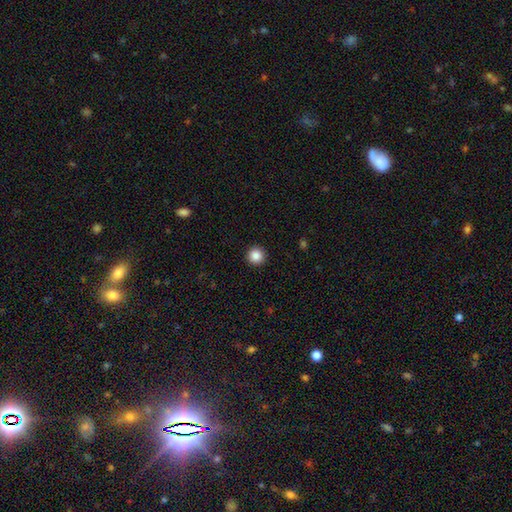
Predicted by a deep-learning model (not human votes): This is clearly a smooth galaxy (87%). How rounded: clearly round (96%). Merging: clearly none (94%).